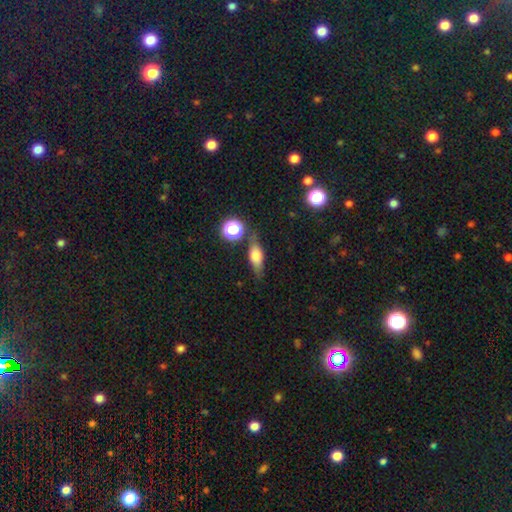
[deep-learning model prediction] This is possibly a smooth galaxy (60%). How rounded: possibly in between (57%). Merging: likely none (72%).